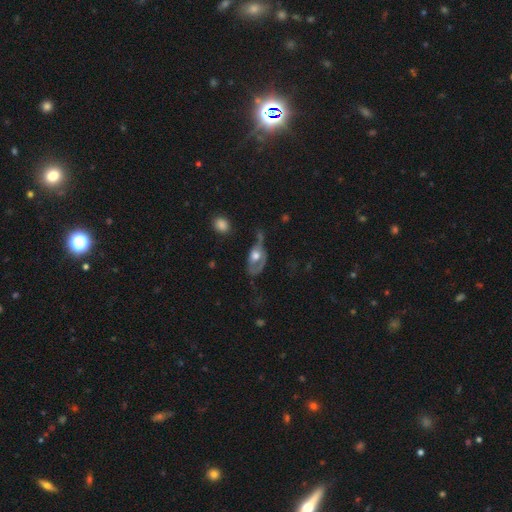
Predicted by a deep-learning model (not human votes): smooth_or_featured: smooth (p=0.49) [alt: featured or disk p=0.44]
merging: major disturbance (p=0.38) [alt: none p=0.27]